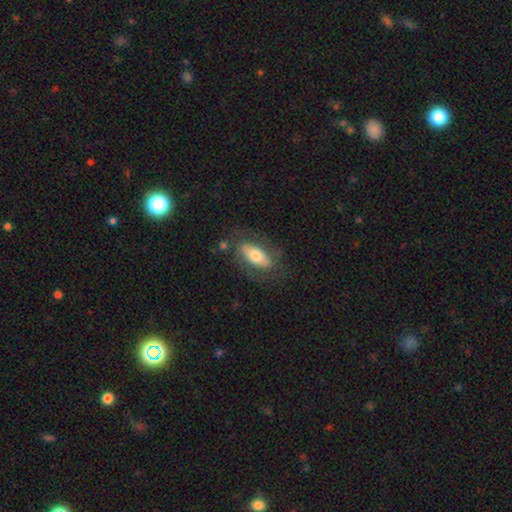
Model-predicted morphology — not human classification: Smooth or featured: smooth — 60% (featured or disk — 34%)
How rounded: in between — 85% (cigar-shaped — 12%)
Merging: none — 73% (minor disturbance — 16%)